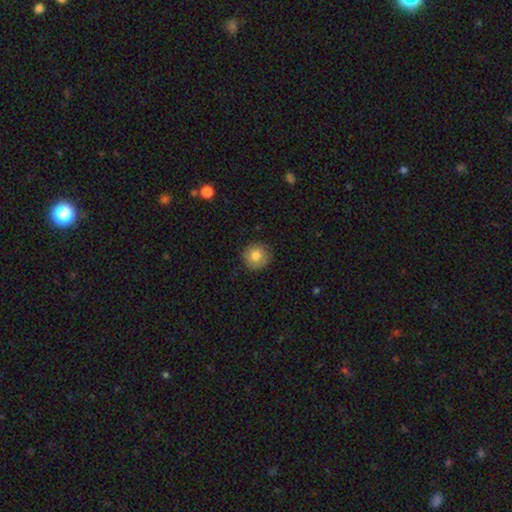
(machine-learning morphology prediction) A smooth galaxy with no disk features (80%) that is round (94%). Merging: none (87%).